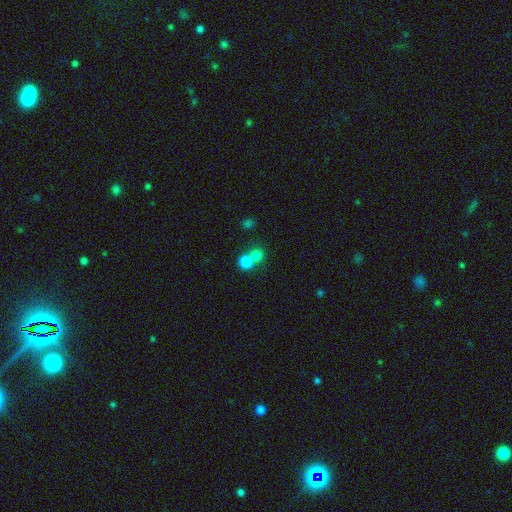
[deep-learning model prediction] Smooth or featured? smooth (78%)
How rounded? round (86%)
Merging? merger (47%)